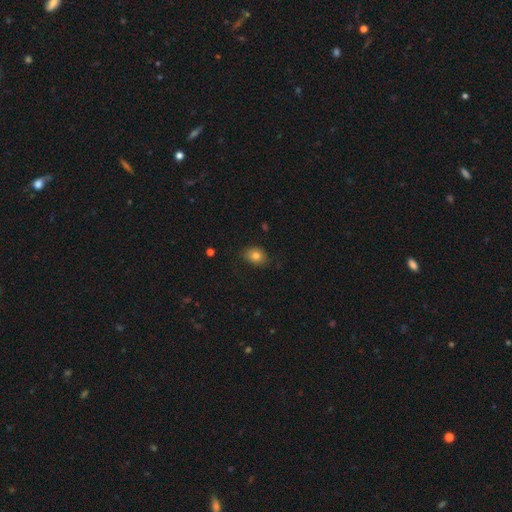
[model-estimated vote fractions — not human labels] A smooth galaxy with no disk features (81%) that is in between round and cigar-shaped (59%).

Vote fractions:
- Smooth or featured? smooth: 81% / star or artifact: 10% / featured or disk: 9%
- How rounded? in between: 59% / round: 40% / cigar-shaped: 1%
- Merging? none: 80% / minor disturbance: 16% / major disturbance: 3% / merger: 1%